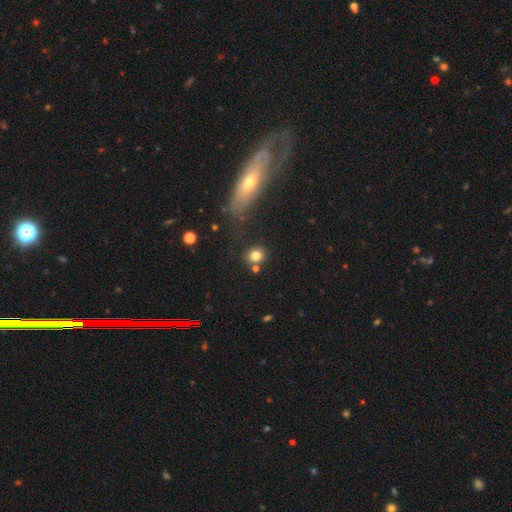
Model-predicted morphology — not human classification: This appears to be a smooth galaxy with no disk features (80%) that is round (85%). Merging: none (76%).